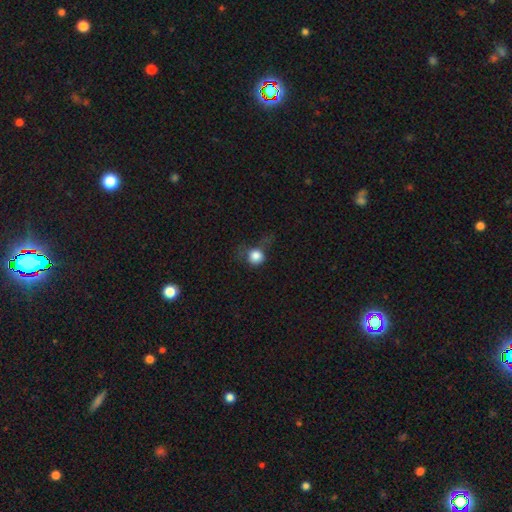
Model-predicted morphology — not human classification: smooth_or_featured: smooth (p=0.80) [alt: star or artifact p=0.11]
how_rounded: round (p=0.86) [alt: in between p=0.13]
merging: none (p=0.41) [alt: major disturbance p=0.29]